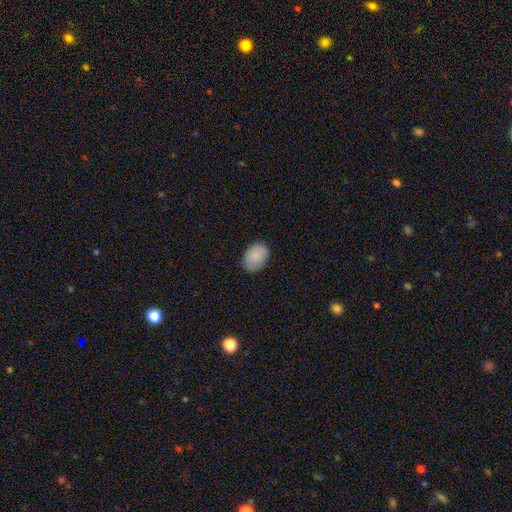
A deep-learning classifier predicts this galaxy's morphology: A smooth galaxy with no disk features (88%) that is in between round and cigar-shaped (74%).

Vote fractions:
- Smooth or featured? smooth: 88% / star or artifact: 7% / featured or disk: 5%
- How rounded? in between: 74% / round: 25% / cigar-shaped: 1%
- Merging? none: 82% / minor disturbance: 14% / major disturbance: 3% / merger: 1%